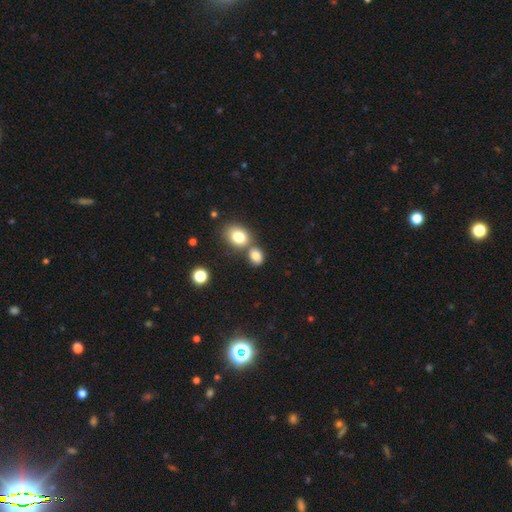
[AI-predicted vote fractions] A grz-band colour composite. It shows a smooth galaxy with no disk features (80%) that is in between round and cigar-shaped (53%). Merging: none (52%).